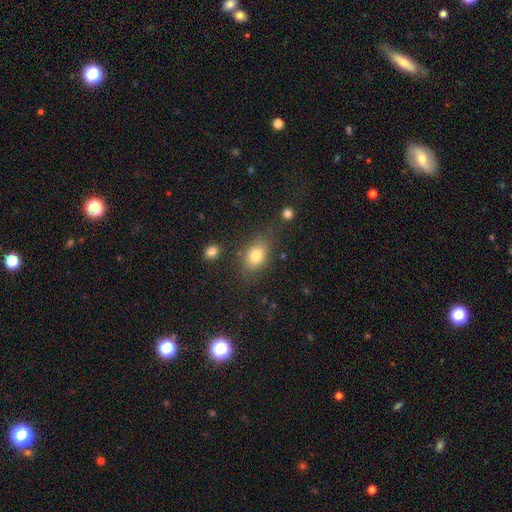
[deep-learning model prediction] The model was most divided on "how rounded": in between: 71%, round: 27%, cigar-shaped: 2%. More confident: smooth or featured — smooth (79%); merging — none (73%).